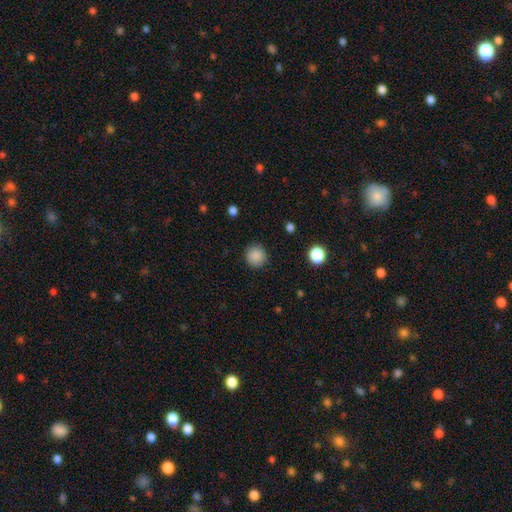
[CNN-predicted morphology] Overall: smooth (87%). How rounded: round (93%). Merging: none (88%).